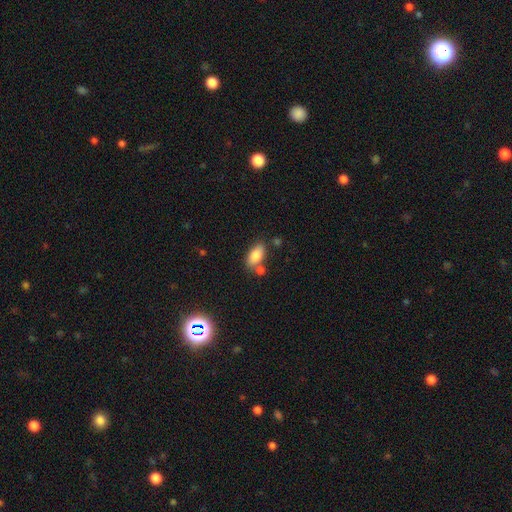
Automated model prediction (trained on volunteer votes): The model was most divided on "merging": none: 66%, merger: 16%, minor disturbance: 14%, major disturbance: 4%. More confident: how rounded — in between (90%); smooth or featured — smooth (82%).